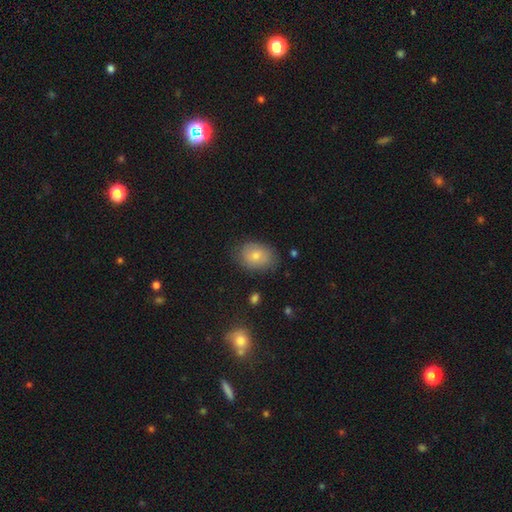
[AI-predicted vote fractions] Smooth or featured: smooth — 70% (featured or disk — 20%)
How rounded: in between — 70% (round — 29%)
Merging: none — 78% (minor disturbance — 16%)